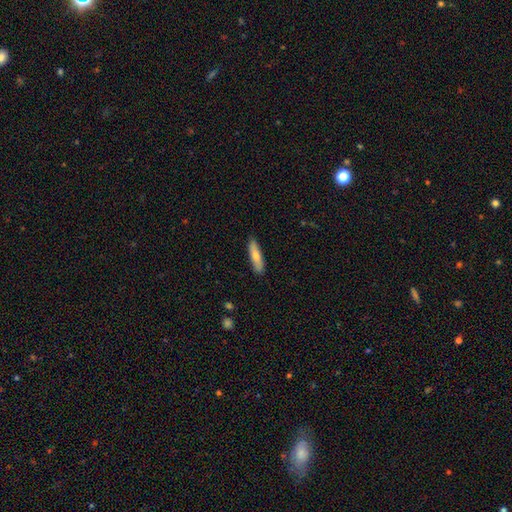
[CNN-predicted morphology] The model was most divided on "how rounded": cigar-shaped: 72%, in between: 27%, round: 2%. More confident: merging — none (88%); smooth or featured — smooth (72%).